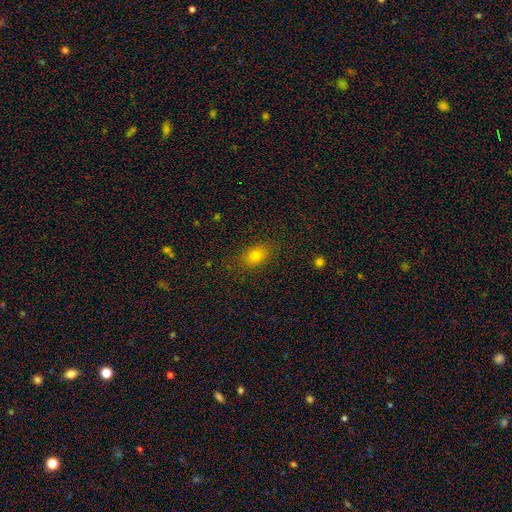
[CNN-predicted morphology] Smooth or featured?
  - smooth: 79% *
  - star or artifact: 12%
  - featured or disk: 9%
How rounded?
  - in between: 77% *
  - round: 20%
  - cigar-shaped: 2%
Merging?
  - none: 84% *
  - minor disturbance: 11%
  - major disturbance: 4%
  - merger: 1%